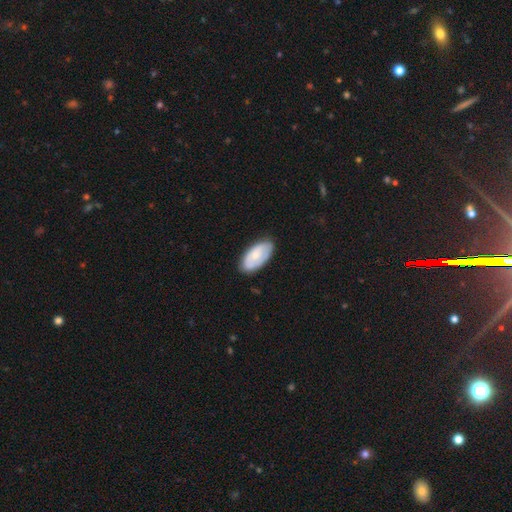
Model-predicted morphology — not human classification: The model was most divided on "smooth or featured": smooth: 59%, featured or disk: 36%, star or artifact: 6%. More confident: how rounded — in between (94%); merging — none (76%).